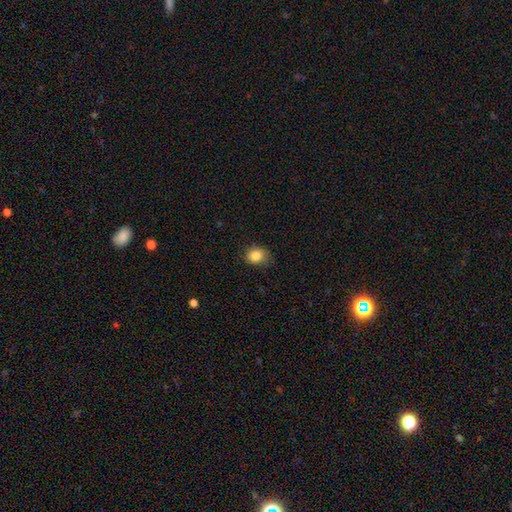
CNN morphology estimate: Smooth or featured? Predicted: smooth (p=0.85). How rounded? Predicted: round (p=0.60). Merging? Predicted: none (p=0.75).